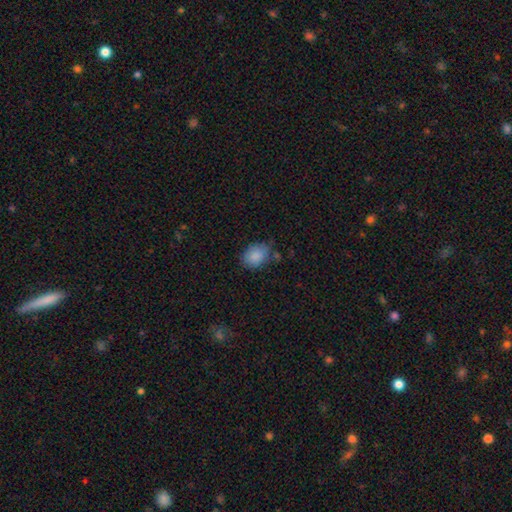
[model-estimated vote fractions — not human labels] Smooth or featured? Predicted: smooth (p=0.87). How rounded? Predicted: in between (p=0.76). Merging? Predicted: none (p=0.67).